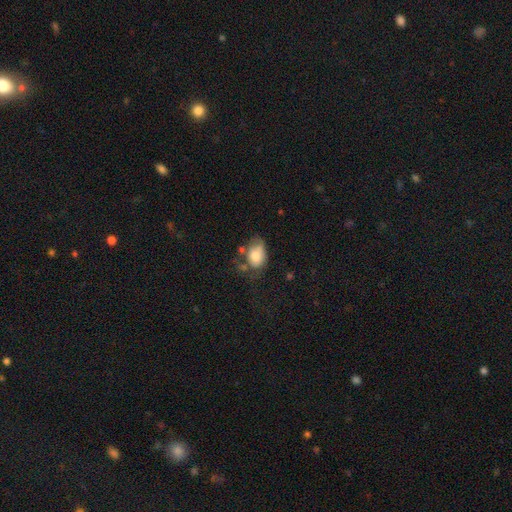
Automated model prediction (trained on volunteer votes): The model was most divided on "merging": none: 33%, minor disturbance: 32%, major disturbance: 22%, merger: 13%. More confident: how rounded — in between (80%); smooth or featured — smooth (74%).